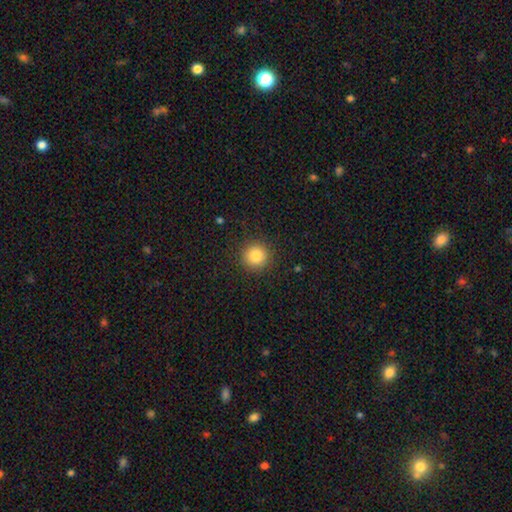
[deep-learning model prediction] smooth 83%, star or artifact 11%, featured or disk 6%. Down the decision tree: how rounded — round (95%); merging — none (91%).